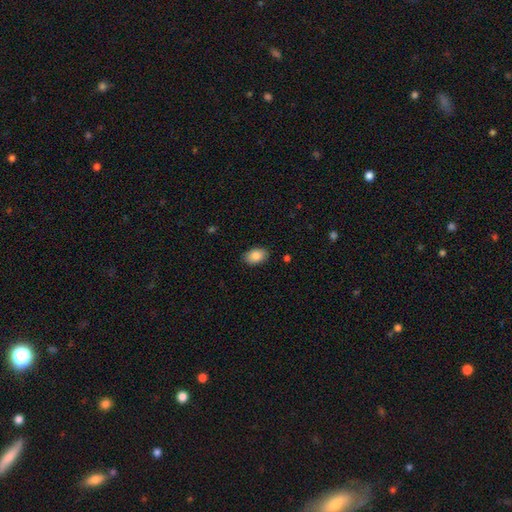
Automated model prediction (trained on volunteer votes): Overall: smooth (87%). How rounded: in between (88%). Merging: none (87%).